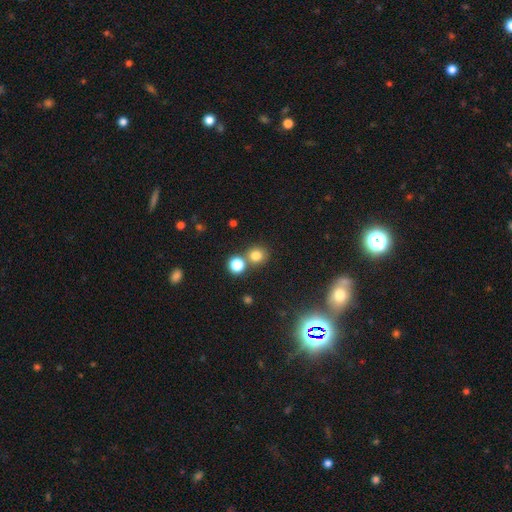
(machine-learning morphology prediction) type=smooth (77%); roundness=round (87%); merging=none (67%).